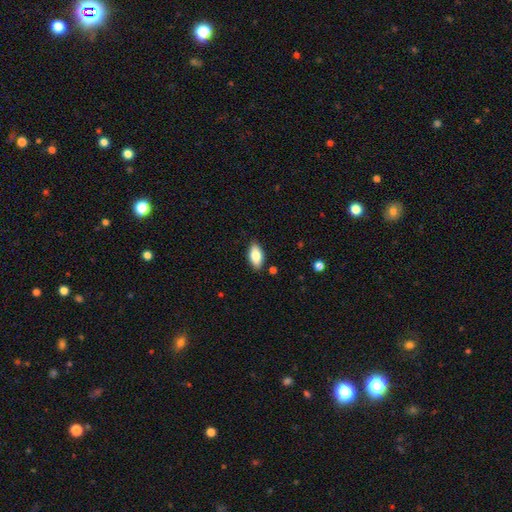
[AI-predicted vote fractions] smooth_or_featured: smooth (p=0.81) [alt: featured or disk p=0.12]
how_rounded: in between (p=0.90) [alt: cigar-shaped p=0.07]
merging: none (p=0.87) [alt: minor disturbance p=0.10]